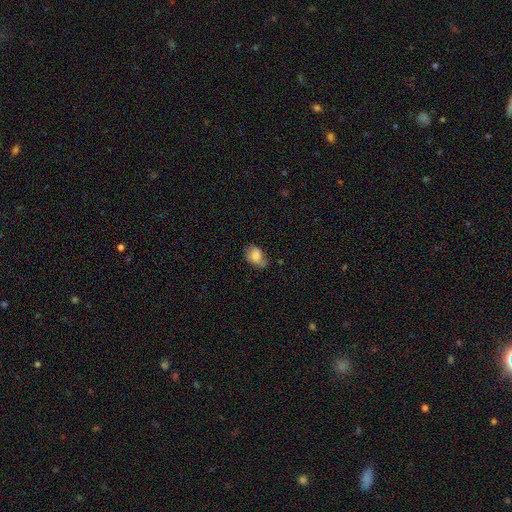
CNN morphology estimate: The model was most divided on "merging": none: 49%, minor disturbance: 35%, major disturbance: 13%, merger: 2%. More confident: how rounded — in between (82%); smooth or featured — smooth (75%).